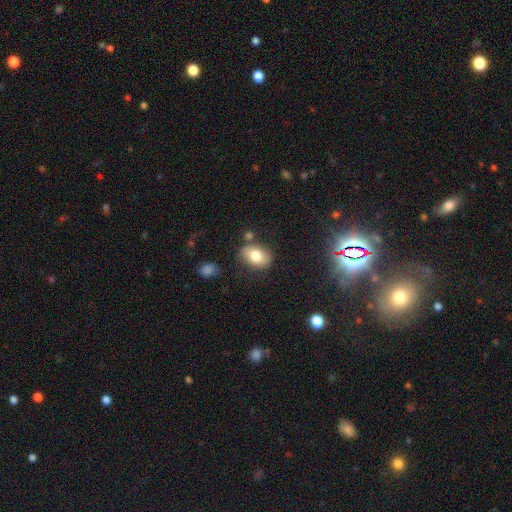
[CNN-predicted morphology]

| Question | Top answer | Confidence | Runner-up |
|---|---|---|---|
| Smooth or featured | smooth | 76% | featured or disk (15%) |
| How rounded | in between | 75% | round (24%) |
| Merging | none | 72% | minor disturbance (16%) |